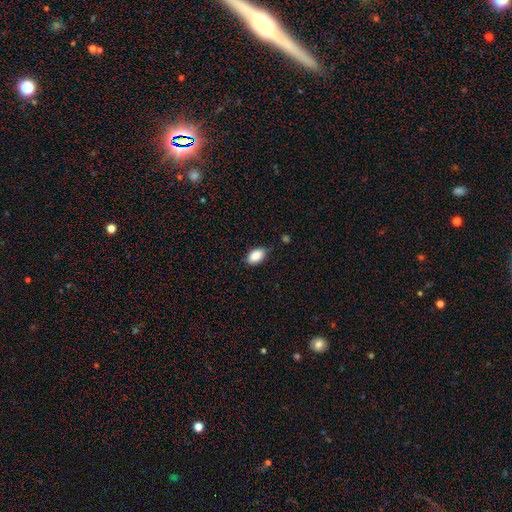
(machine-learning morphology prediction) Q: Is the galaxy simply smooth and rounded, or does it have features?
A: smooth — 87%.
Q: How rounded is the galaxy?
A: in between — 90%.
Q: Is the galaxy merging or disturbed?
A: none — 77%.